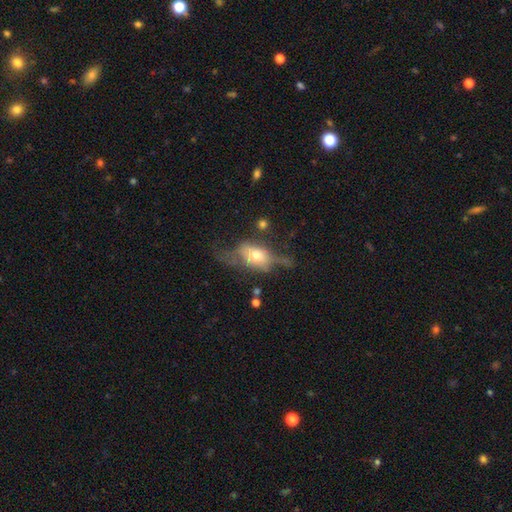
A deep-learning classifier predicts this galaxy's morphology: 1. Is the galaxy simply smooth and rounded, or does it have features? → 46% featured or disk, 45% smooth, 9% star or artifact.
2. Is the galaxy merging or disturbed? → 39% major disturbance, 31% none, 25% minor disturbance, 5% merger.